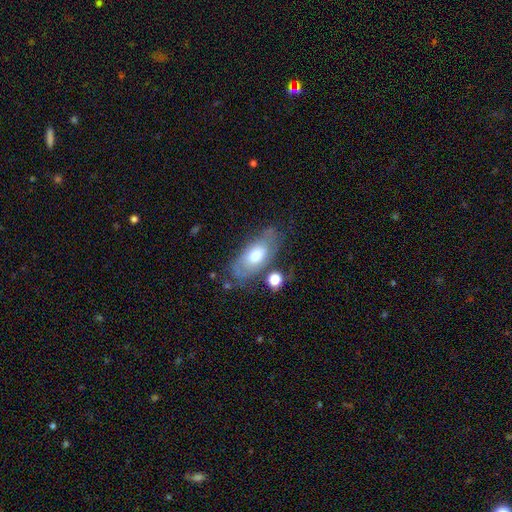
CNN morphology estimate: smooth_or_featured: smooth (p=0.51) [alt: featured or disk p=0.42]
how_rounded: in between (p=0.86) [alt: cigar-shaped p=0.10]
merging: none (p=0.57) [alt: minor disturbance p=0.24]